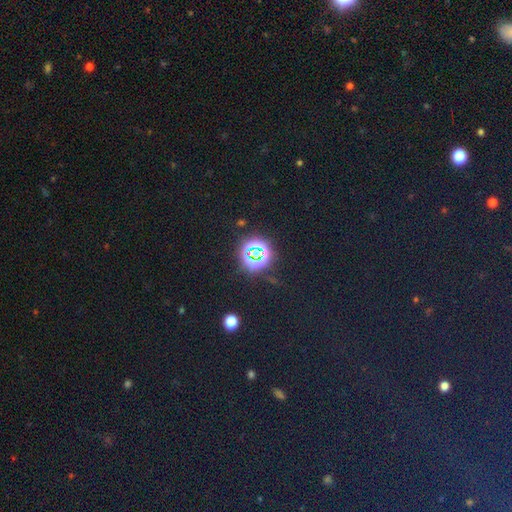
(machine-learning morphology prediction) type=star or artifact (75%).